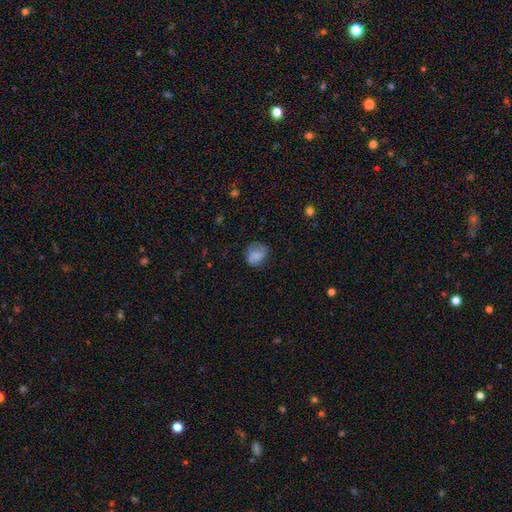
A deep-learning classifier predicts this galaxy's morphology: Smooth or featured: smooth — 75% (featured or disk — 16%)
How rounded: round — 63% (in between — 36%)
Merging: none — 59% (minor disturbance — 27%)